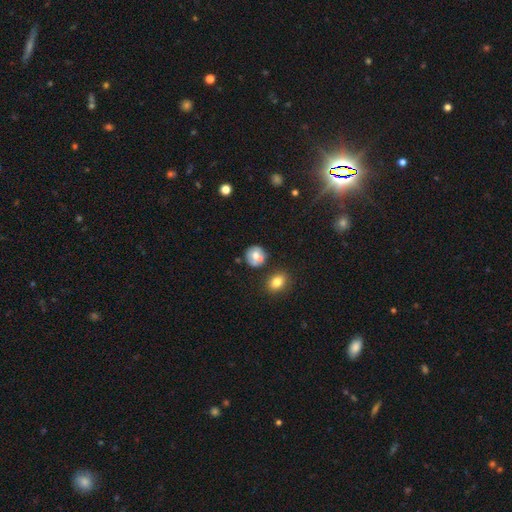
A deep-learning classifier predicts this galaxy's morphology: The model was most divided on "smooth or featured": smooth: 65%, featured or disk: 25%, star or artifact: 10%. More confident: how rounded — round (86%); merging — none (64%).